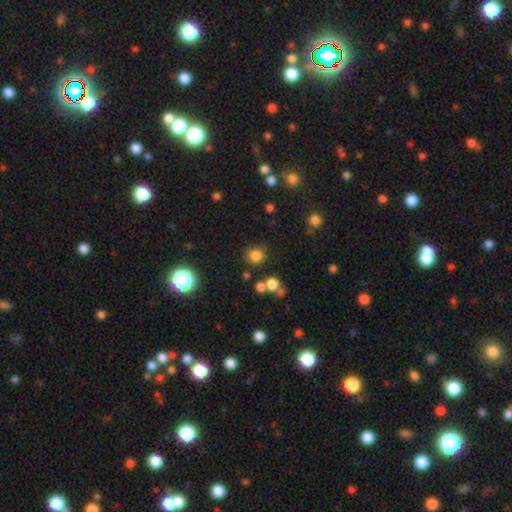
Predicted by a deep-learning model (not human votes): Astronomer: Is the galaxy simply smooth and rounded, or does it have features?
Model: smooth — 79%.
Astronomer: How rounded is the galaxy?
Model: round — 87%.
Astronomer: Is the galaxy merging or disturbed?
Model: none — 81%.